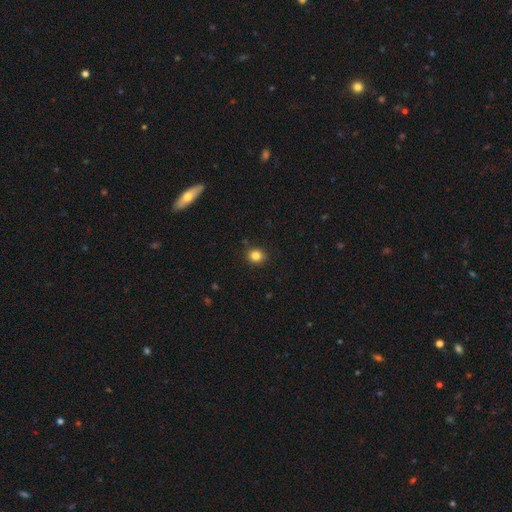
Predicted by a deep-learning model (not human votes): Smooth or featured: smooth — 84% (star or artifact — 11%)
How rounded: round — 81% (in between — 18%)
Merging: none — 88% (minor disturbance — 8%)